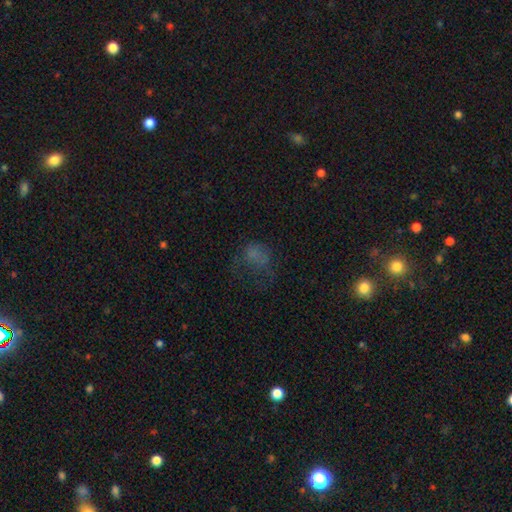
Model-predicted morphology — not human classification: Overall: smooth (54%; star or artifact 26%). How rounded: round (52%; in between 46%). Merging: none (39%; major disturbance 37%).